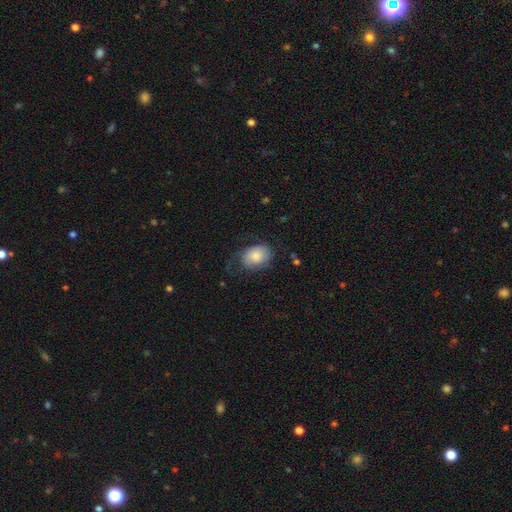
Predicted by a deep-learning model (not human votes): smooth_or_featured: smooth (p=0.69) [alt: featured or disk p=0.24]
how_rounded: in between (p=0.71) [alt: round p=0.28]
merging: none (p=0.53) [alt: minor disturbance p=0.27]